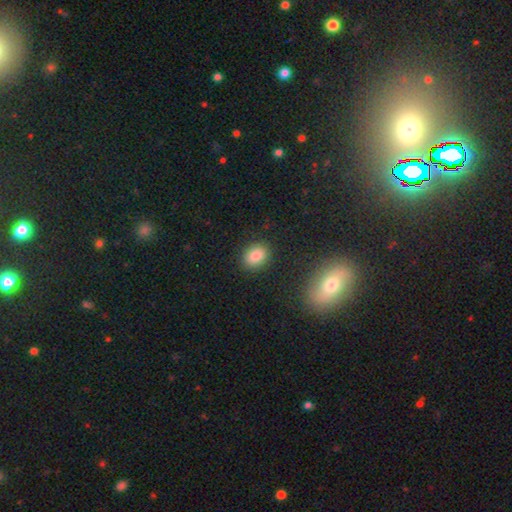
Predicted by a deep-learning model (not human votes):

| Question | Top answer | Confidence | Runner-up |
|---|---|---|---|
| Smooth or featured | smooth | 84% | star or artifact (10%) |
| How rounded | in between | 60% | round (38%) |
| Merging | none | 87% | minor disturbance (8%) |